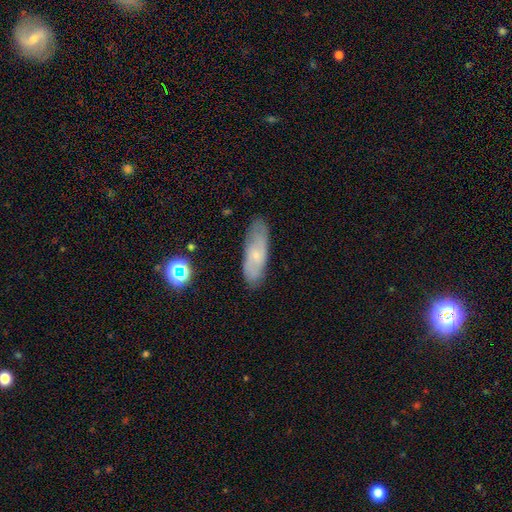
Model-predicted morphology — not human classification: A smooth galaxy with no disk features (50%) that is in between round and cigar-shaped (60%). Merging: none (80%).